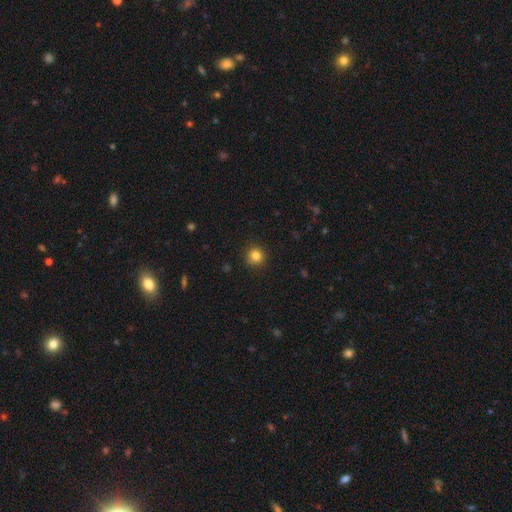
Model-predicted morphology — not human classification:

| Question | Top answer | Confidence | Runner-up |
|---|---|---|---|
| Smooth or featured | smooth | 83% | star or artifact (12%) |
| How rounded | round | 92% | in between (7%) |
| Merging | none | 90% | minor disturbance (7%) |